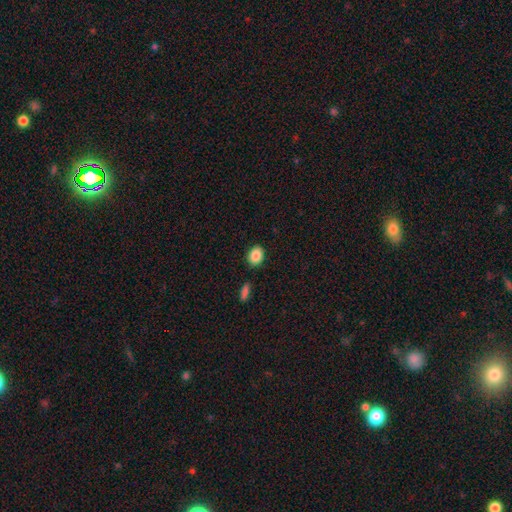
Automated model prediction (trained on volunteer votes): Morphology: type=smooth (88%); roundness=in between (65%); merging=none (87%).